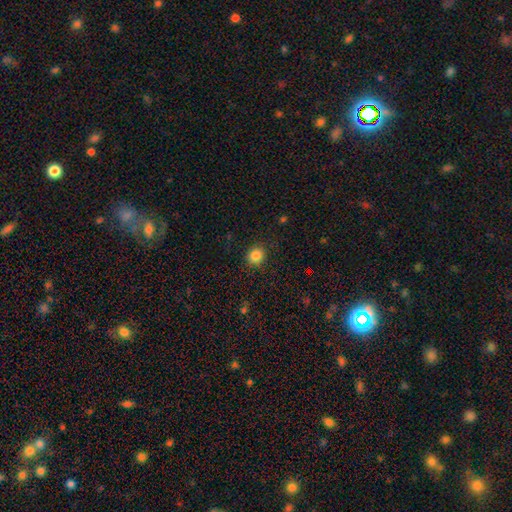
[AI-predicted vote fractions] A smooth galaxy with no disk features (85%) that is round (80%). Merging: none (88%).